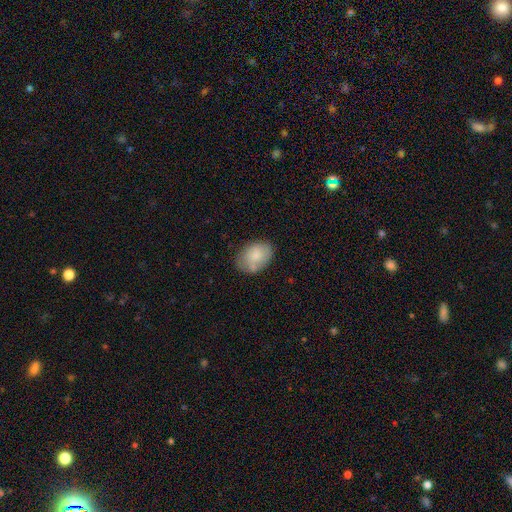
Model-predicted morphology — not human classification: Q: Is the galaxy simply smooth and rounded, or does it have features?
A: smooth — 78%.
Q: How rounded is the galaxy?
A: in between — 80%.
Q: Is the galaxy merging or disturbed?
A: none — 67%.